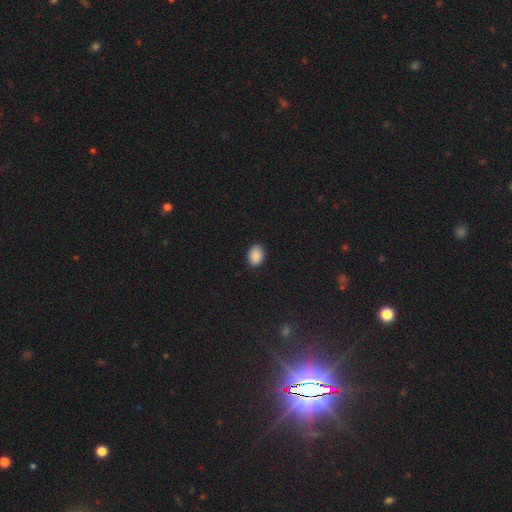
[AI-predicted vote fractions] Smooth or featured? smooth (89%)
How rounded? in between (72%)
Merging? none (88%)